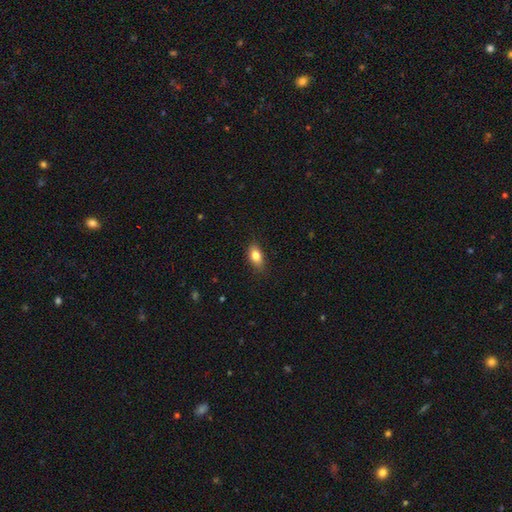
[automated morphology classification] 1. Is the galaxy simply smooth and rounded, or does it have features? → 80% smooth, 12% featured or disk, 8% star or artifact.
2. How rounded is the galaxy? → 85% in between, 10% round, 5% cigar-shaped.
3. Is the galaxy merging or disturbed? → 83% none, 13% minor disturbance, 3% major disturbance, 1% merger.